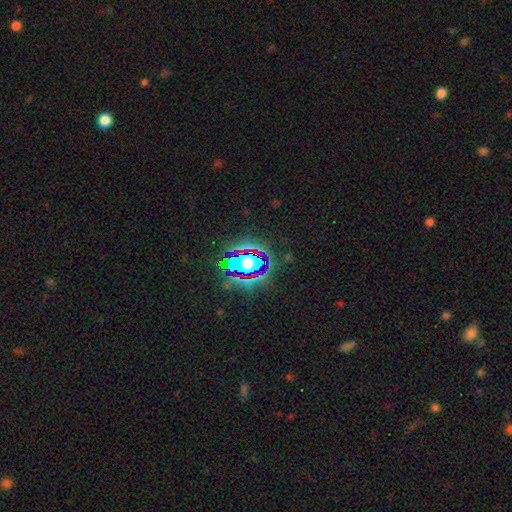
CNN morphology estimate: Smooth or featured? Predicted: star or artifact (p=0.81).